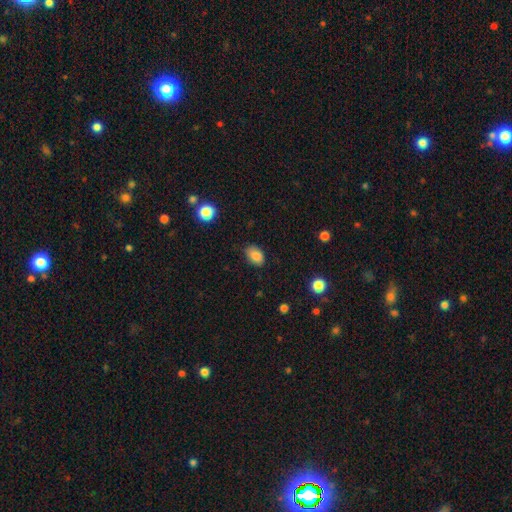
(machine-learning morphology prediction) Smooth or featured?
  - smooth: 85% *
  - star or artifact: 9%
  - featured or disk: 6%
How rounded?
  - in between: 83% *
  - round: 16%
  - cigar-shaped: 1%
Merging?
  - none: 80% *
  - minor disturbance: 15%
  - major disturbance: 3%
  - merger: 1%